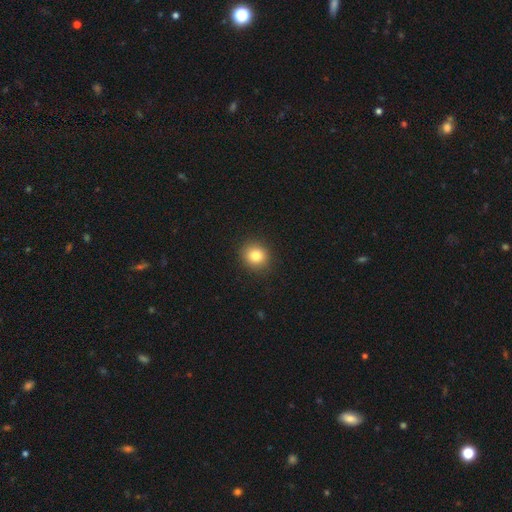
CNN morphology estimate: Smooth or featured?
  - smooth: 82% *
  - star or artifact: 11%
  - featured or disk: 7%
How rounded?
  - round: 82% *
  - in between: 18%
  - cigar-shaped: 1%
Merging?
  - none: 90% *
  - minor disturbance: 7%
  - major disturbance: 2%
  - merger: 1%